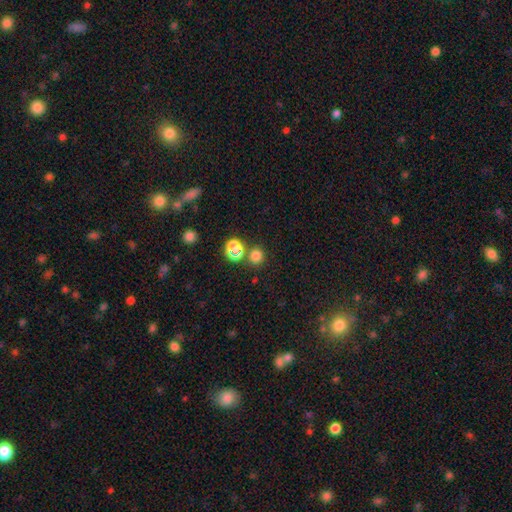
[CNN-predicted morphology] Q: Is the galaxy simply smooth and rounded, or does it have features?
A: smooth — 74%.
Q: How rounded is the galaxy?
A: round — 88%.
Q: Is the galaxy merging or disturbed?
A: none — 78%.